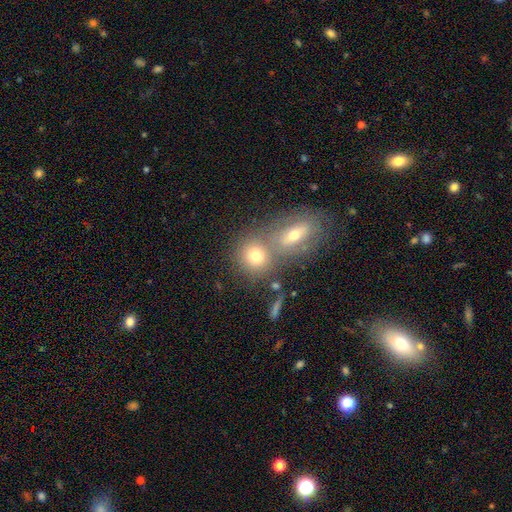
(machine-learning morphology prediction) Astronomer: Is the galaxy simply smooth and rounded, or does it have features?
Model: smooth — 73%.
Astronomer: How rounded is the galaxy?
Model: round — 76%.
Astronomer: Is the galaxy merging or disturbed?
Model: none — 48% (runner-up: merger, 41%).